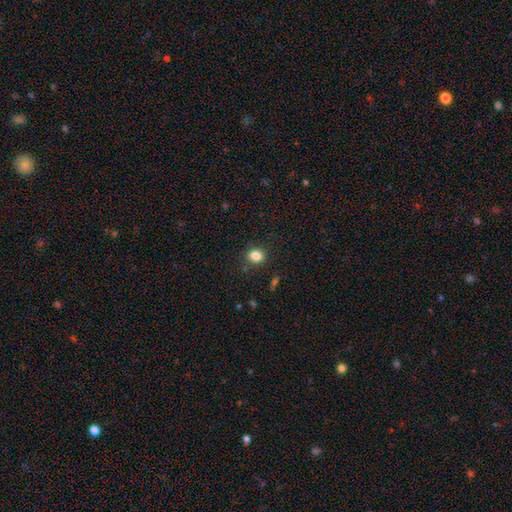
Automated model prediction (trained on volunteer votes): Smooth or featured? Predicted: smooth (p=0.84). How rounded? Predicted: round (p=0.64). Merging? Predicted: none (p=0.85).